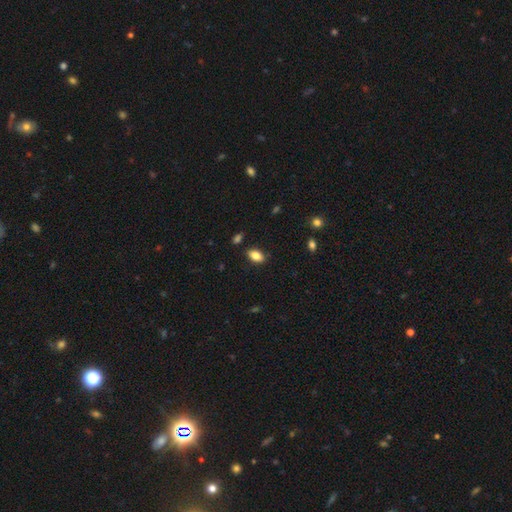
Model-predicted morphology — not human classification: This appears to be a smooth galaxy with no disk features (84%) that is in between round and cigar-shaped (90%). Merging: none (85%).